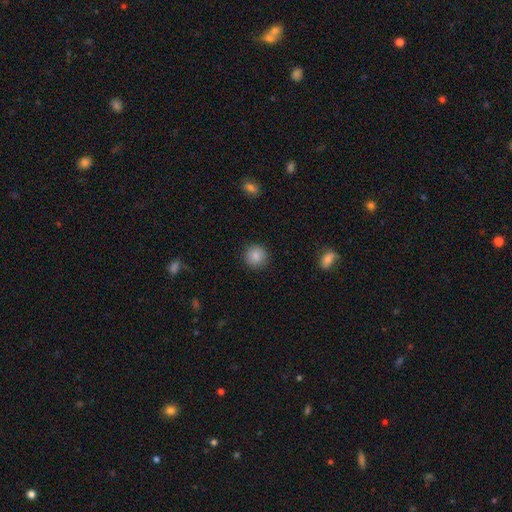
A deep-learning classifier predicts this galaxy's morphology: A smooth galaxy with no disk features (86%) that is round (94%).

Vote fractions:
- Smooth or featured? smooth: 86% / star or artifact: 9% / featured or disk: 4%
- How rounded? round: 94% / in between: 5% / cigar-shaped: 1%
- Merging? none: 91% / minor disturbance: 6% / major disturbance: 2% / merger: 1%